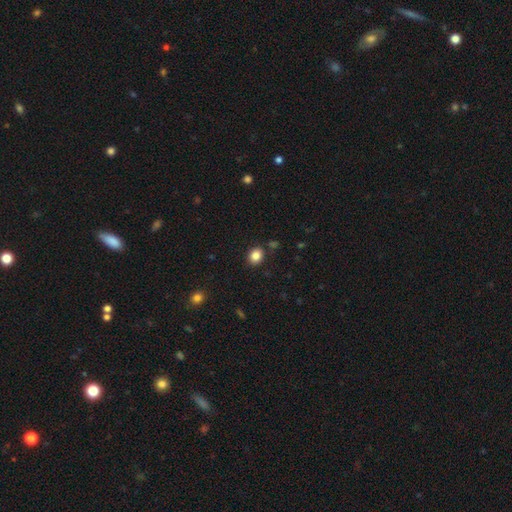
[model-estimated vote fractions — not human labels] Morphology: type=smooth (85%); roundness=round (54%); merging=none (85%).